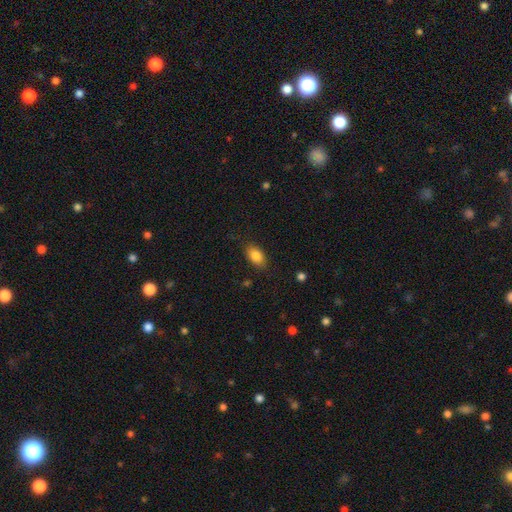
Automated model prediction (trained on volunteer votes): Overall: smooth (84%). How rounded: in between (88%). Merging: none (84%).